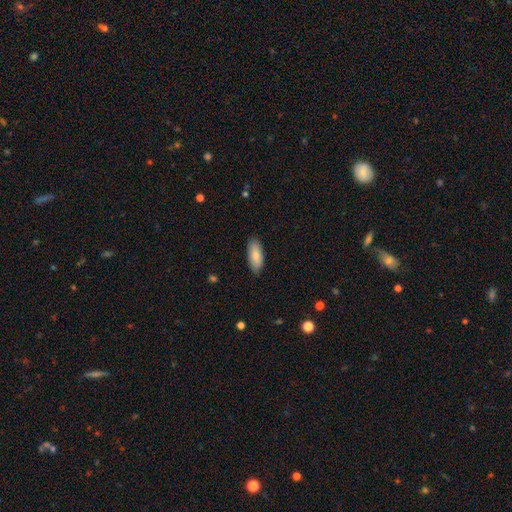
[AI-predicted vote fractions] smooth 83%, featured or disk 11%, star or artifact 6%. Down the decision tree: how rounded — in between (85%); merging — none (86%).